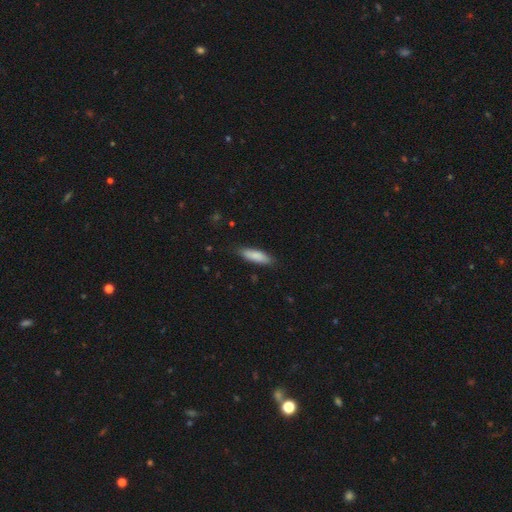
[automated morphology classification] Smooth or featured?
  - smooth: 85% *
  - featured or disk: 9%
  - star or artifact: 6%
How rounded?
  - cigar-shaped: 56% *
  - in between: 43%
  - round: 2%
Merging?
  - none: 83% *
  - minor disturbance: 14%
  - major disturbance: 3%
  - merger: 1%